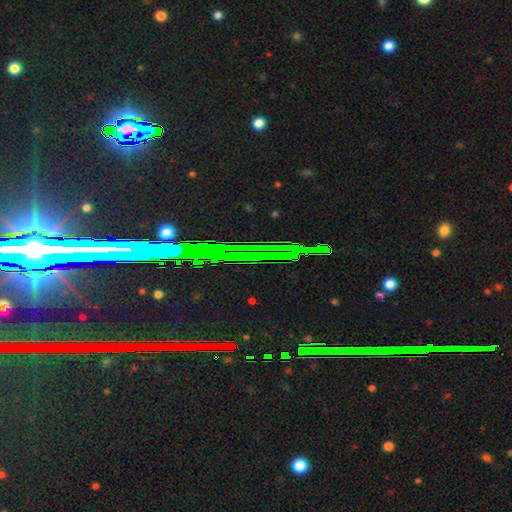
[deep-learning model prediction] star or artifact 82%, featured or disk 11%, smooth 8%.